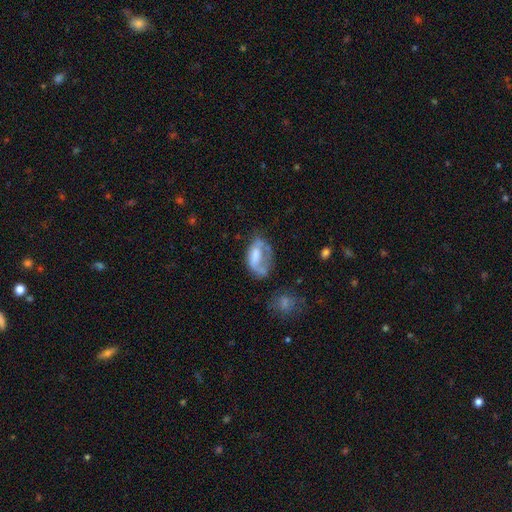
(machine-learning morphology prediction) A smooth galaxy with no disk features (49%).

Vote fractions:
- Smooth or featured? smooth: 49% / featured or disk: 42% / star or artifact: 9%
- Merging? major disturbance: 33% / none: 32% / minor disturbance: 26% / merger: 9%